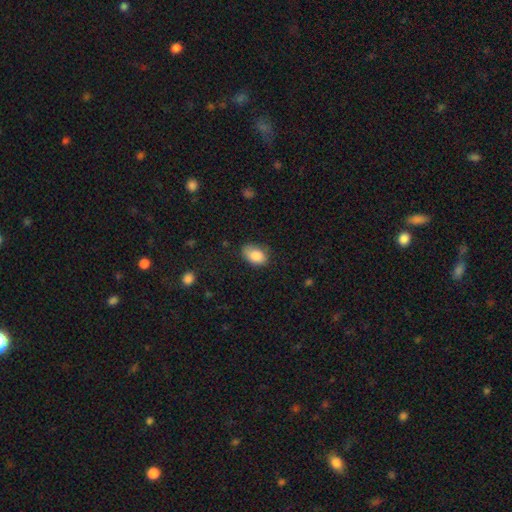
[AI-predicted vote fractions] smooth 86%, star or artifact 7%, featured or disk 7%. Down the decision tree: how rounded — in between (89%); merging — none (69%).